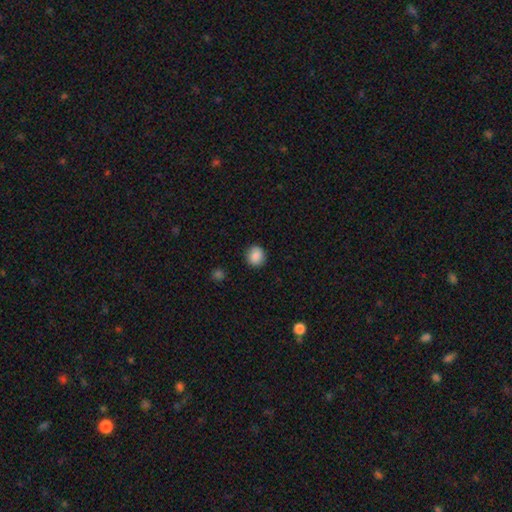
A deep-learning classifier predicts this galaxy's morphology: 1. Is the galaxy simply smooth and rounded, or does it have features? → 88% smooth, 8% star or artifact, 4% featured or disk.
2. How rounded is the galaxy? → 85% round, 14% in between, 1% cigar-shaped.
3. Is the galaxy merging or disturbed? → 88% none, 8% minor disturbance, 2% major disturbance, 1% merger.